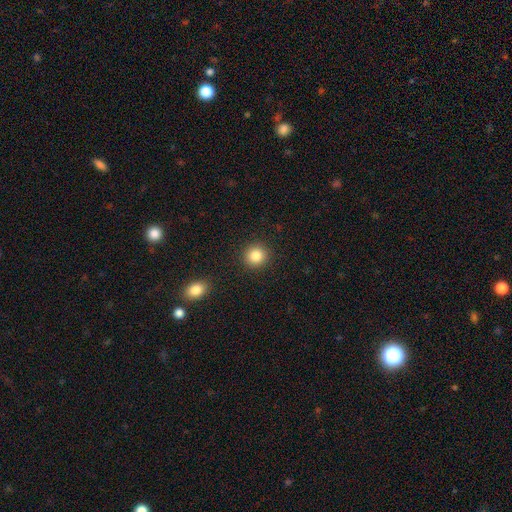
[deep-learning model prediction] This is clearly a smooth galaxy (85%). How rounded: clearly round (91%). Merging: clearly none (91%).